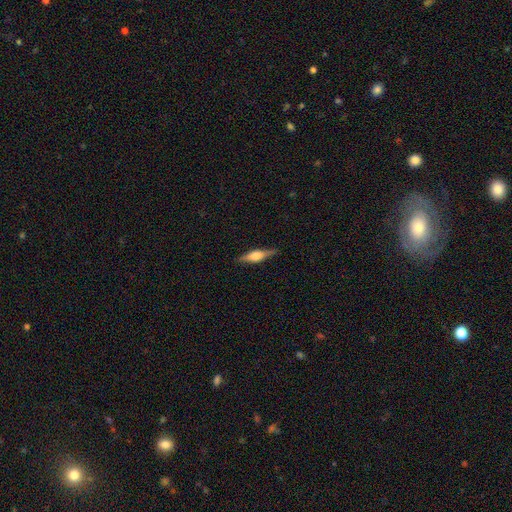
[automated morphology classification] This appears to be a featured or disk galaxy (63%) viewed edge-on (96%) with a rounded central bulge (84%). Merging: none (86%).